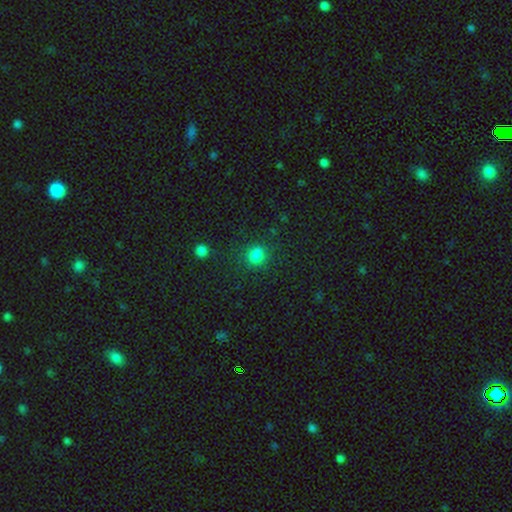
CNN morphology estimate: The model was most divided on "smooth or featured": smooth: 81%, star or artifact: 15%, featured or disk: 5%. More confident: how rounded — round (86%); merging — none (83%).